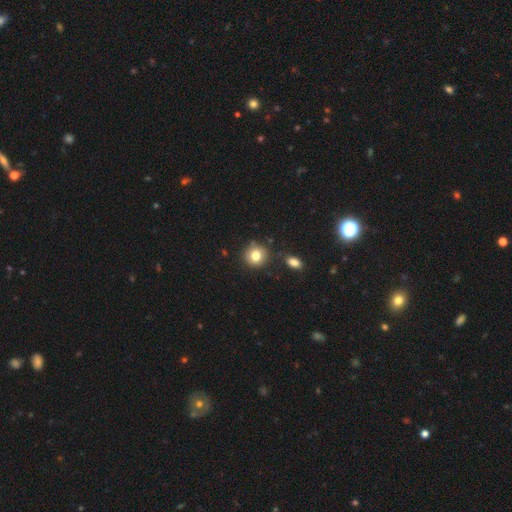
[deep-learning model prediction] A smooth galaxy with no disk features (80%) that is round (88%). Merging: none (82%).